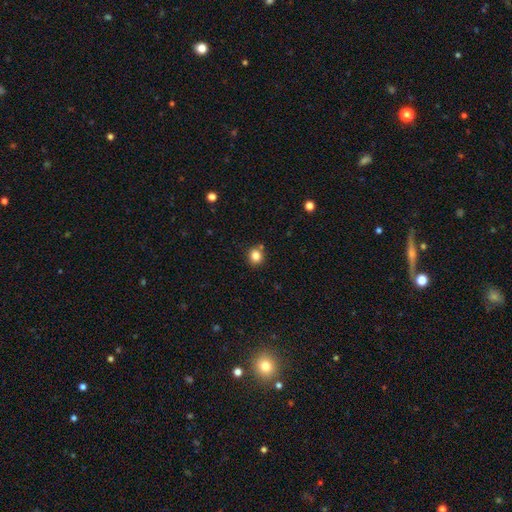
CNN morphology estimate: smooth-or-featured: smooth: 83% | star or artifact: 12% | featured or disk: 5%
  how-rounded: round: 83% | in between: 16% | cigar-shaped: 1%
  merging: none: 82% | minor disturbance: 9% | merger: 7% | major disturbance: 2%